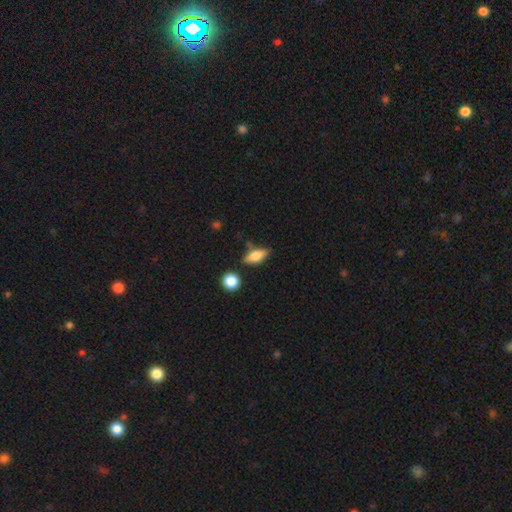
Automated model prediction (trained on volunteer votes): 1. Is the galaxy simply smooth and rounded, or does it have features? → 68% smooth, 24% featured or disk, 8% star or artifact.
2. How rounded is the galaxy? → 73% in between, 20% cigar-shaped, 7% round.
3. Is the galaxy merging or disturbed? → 73% none, 18% minor disturbance, 5% merger, 4% major disturbance.